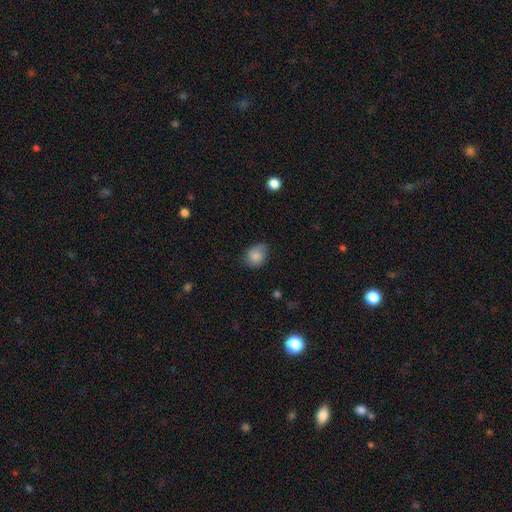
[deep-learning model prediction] This is clearly a smooth galaxy (83%). How rounded: likely in between (61%). Merging: likely none (61%).